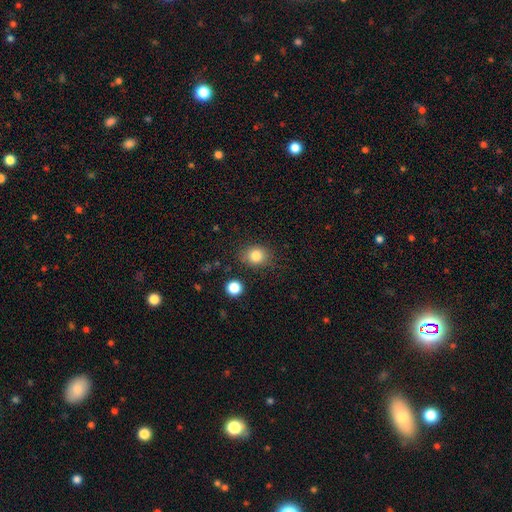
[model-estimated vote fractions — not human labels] This appears to be a smooth galaxy with no disk features (83%) that is round (61%). Merging: none (81%).